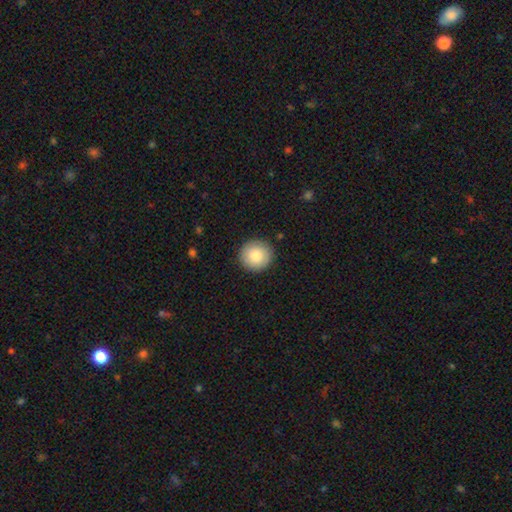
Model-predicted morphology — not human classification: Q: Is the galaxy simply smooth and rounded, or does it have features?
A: smooth — 85%.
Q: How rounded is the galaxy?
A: round — 94%.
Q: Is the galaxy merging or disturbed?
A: none — 91%.